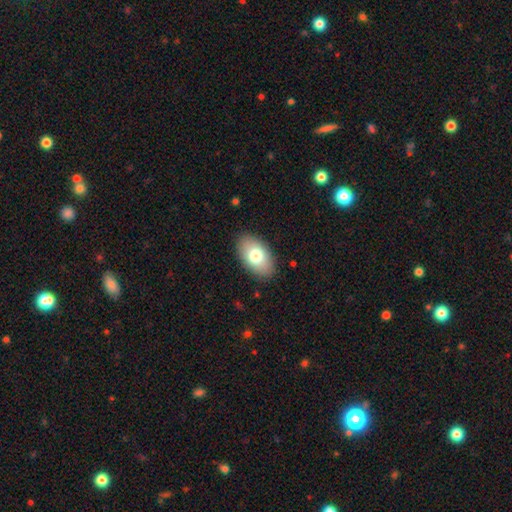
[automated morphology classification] A smooth galaxy with no disk features (76%) that is in between round and cigar-shaped (93%). Merging: none (87%).